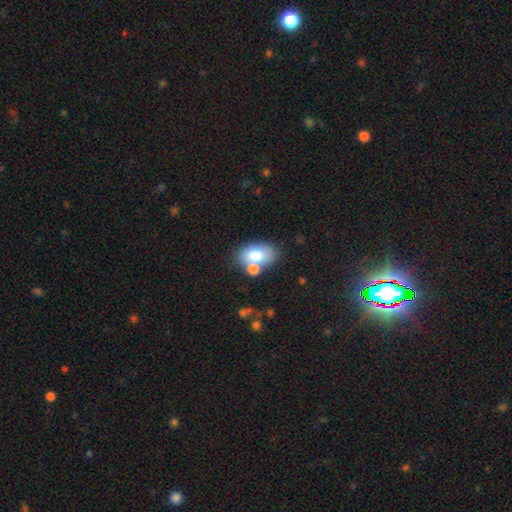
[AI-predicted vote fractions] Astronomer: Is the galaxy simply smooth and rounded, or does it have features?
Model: smooth — 79%.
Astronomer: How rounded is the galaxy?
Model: in between — 90%.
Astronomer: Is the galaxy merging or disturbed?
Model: none — 54%.